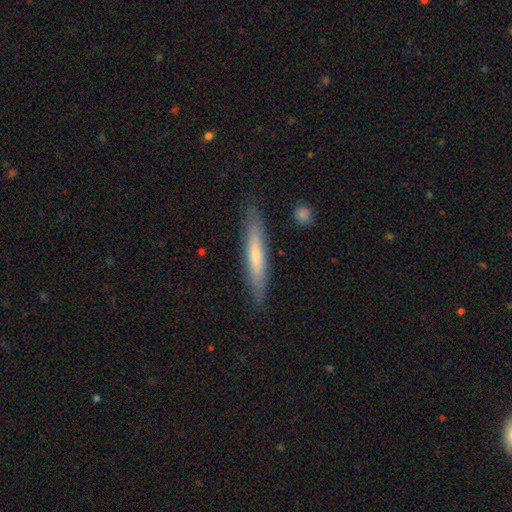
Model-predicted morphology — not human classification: Q: Smooth or featured?
A: smooth (58%); runner-up: featured or disk (36%)
Q: How rounded?
A: cigar-shaped (93%); runner-up: in between (6%)
Q: Merging?
A: none (87%); runner-up: minor disturbance (9%)